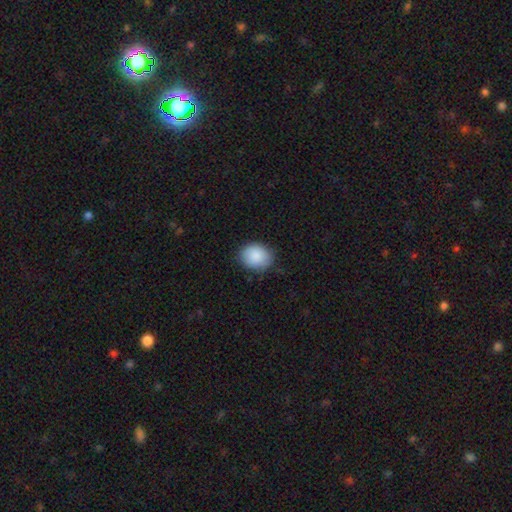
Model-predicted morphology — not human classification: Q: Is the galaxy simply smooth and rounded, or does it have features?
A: smooth — 89%.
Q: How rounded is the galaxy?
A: round — 52%.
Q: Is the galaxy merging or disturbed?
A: none — 84%.